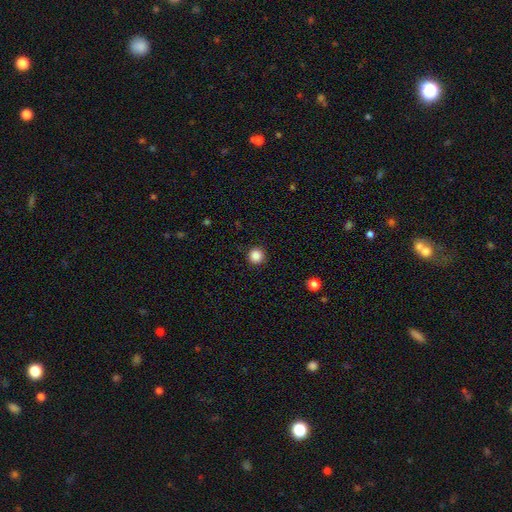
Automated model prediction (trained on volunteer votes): smooth_or_featured: smooth (p=0.86) [alt: star or artifact p=0.11]
how_rounded: round (p=0.96) [alt: in between p=0.03]
merging: none (p=0.92) [alt: minor disturbance p=0.05]